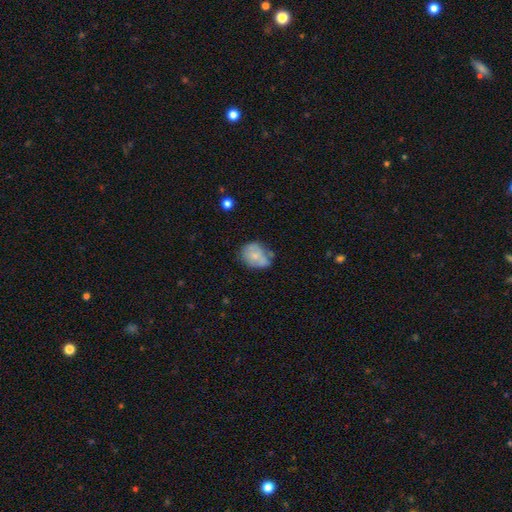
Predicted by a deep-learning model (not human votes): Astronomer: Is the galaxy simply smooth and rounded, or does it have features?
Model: smooth — 66%.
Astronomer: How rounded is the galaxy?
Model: in between — 54% (runner-up: round, 45%).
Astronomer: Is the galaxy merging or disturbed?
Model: none — 47% (runner-up: minor disturbance, 33%).